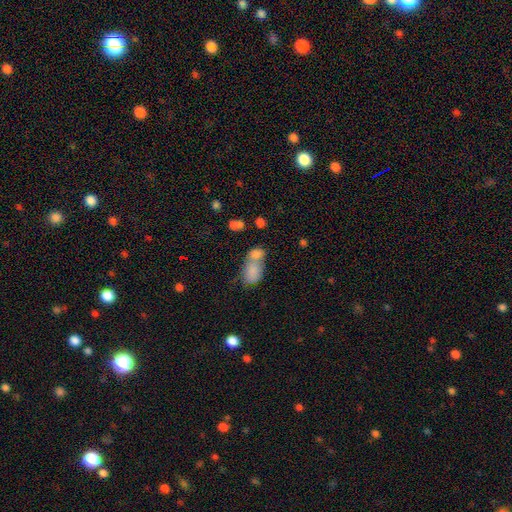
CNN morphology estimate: This is likely a smooth galaxy (79%). How rounded: likely in between (78%). Merging: likely merger (64%).